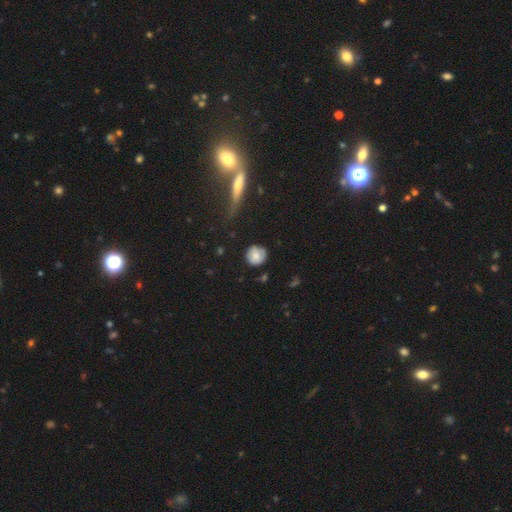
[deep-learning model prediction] Morphology: type=smooth (73%); roundness=round (89%); merging=none (75%).